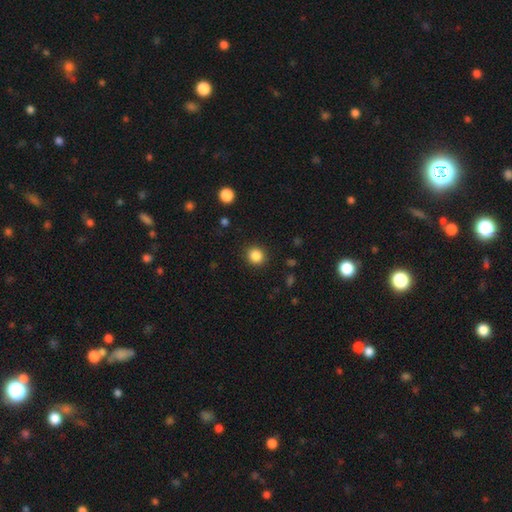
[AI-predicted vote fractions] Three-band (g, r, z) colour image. It shows a smooth galaxy with no disk features (86%) that is round (88%). Merging: none (90%).